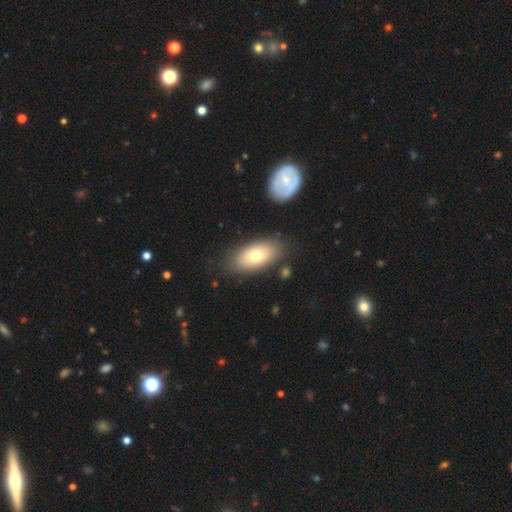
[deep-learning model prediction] Q: Smooth or featured?
A: smooth (70%); runner-up: featured or disk (23%)
Q: How rounded?
A: in between (91%); runner-up: round (5%)
Q: Merging?
A: none (82%); runner-up: minor disturbance (11%)